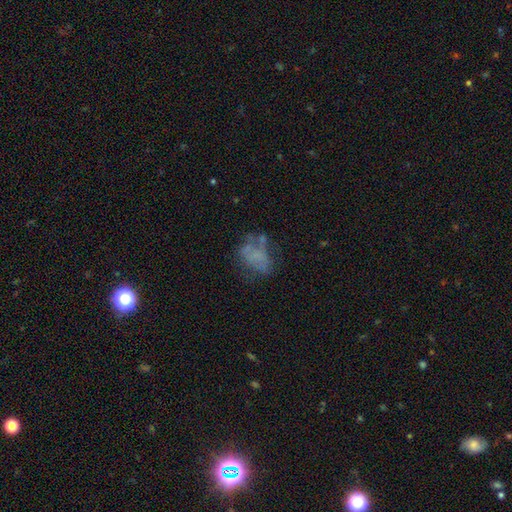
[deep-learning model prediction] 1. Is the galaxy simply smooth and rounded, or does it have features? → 43% featured or disk, 41% smooth, 16% star or artifact.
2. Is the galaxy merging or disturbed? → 40% none, 28% major disturbance, 23% minor disturbance, 8% merger.